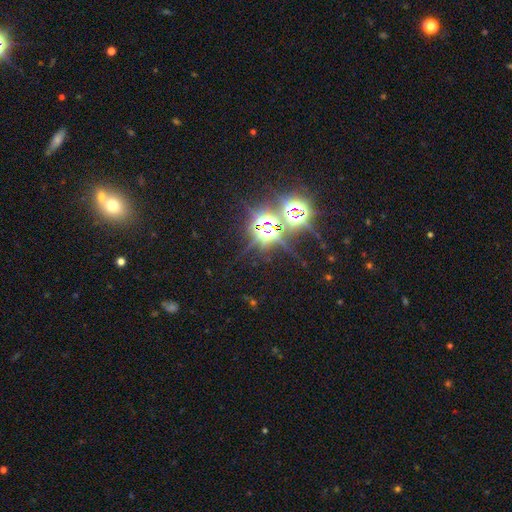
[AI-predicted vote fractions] This appears to be a star or artifact, not a galaxy (75%).